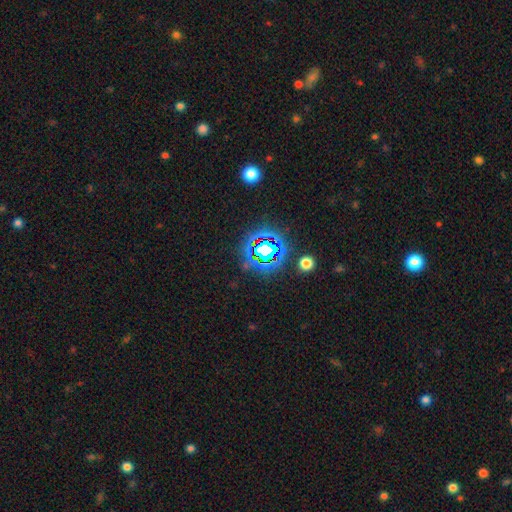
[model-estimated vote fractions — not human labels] A star or artifact, not a galaxy (80%).

Vote fractions:
- Smooth or featured? star or artifact: 80% / smooth: 12% / featured or disk: 8%